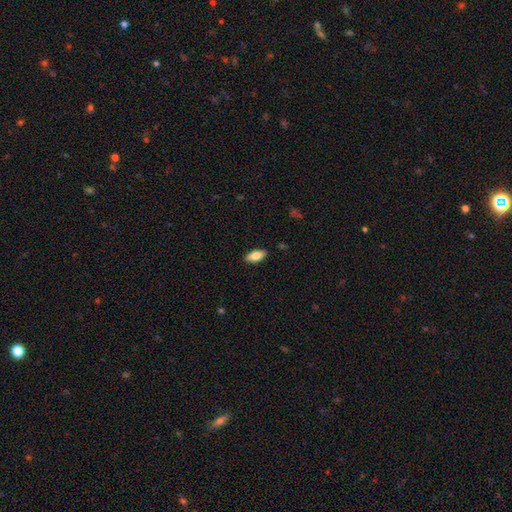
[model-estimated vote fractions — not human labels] smooth-or-featured: smooth: 80% | featured or disk: 14% | star or artifact: 7%
  how-rounded: in between: 87% | cigar-shaped: 11% | round: 2%
  merging: none: 88% | minor disturbance: 9% | major disturbance: 2% | merger: 1%